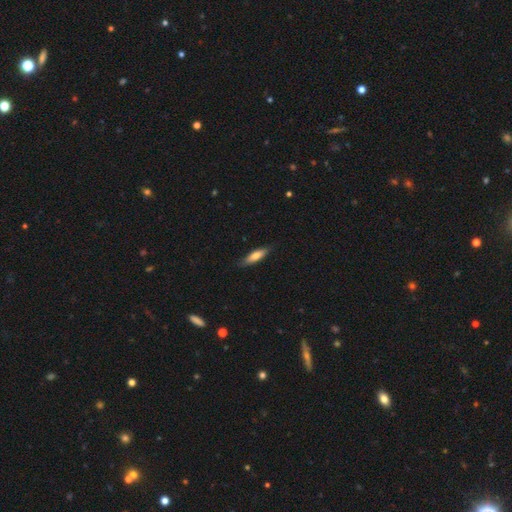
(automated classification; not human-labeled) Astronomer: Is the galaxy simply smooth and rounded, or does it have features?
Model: smooth — 67%.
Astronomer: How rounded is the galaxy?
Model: cigar-shaped — 67%.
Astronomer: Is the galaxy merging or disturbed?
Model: none — 82%.